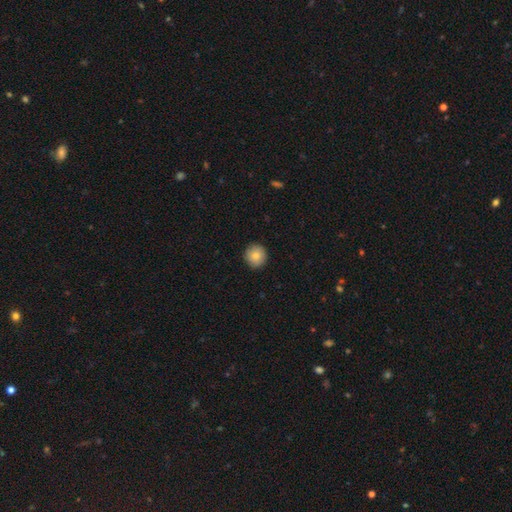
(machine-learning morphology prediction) The model was most divided on "smooth or featured": smooth: 81%, featured or disk: 10%, star or artifact: 9%. More confident: how rounded — round (94%); merging — none (90%).